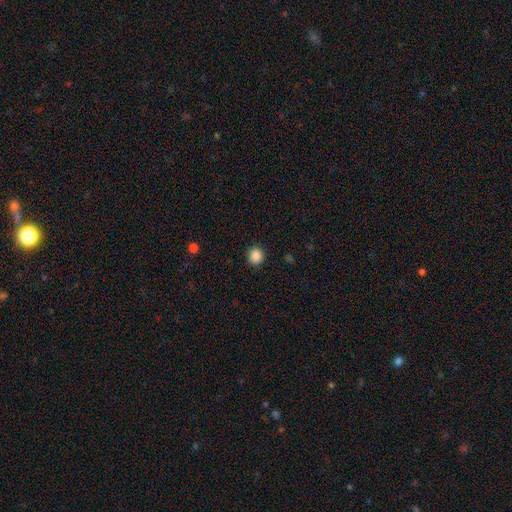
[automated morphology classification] Overall: smooth (88%). How rounded: round (82%). Merging: none (90%).